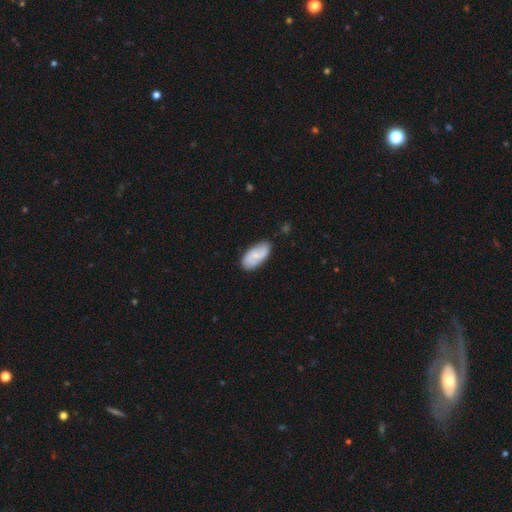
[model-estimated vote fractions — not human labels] A smooth galaxy with no disk features (51%) that is in between round and cigar-shaped (91%). Merging: none (76%).